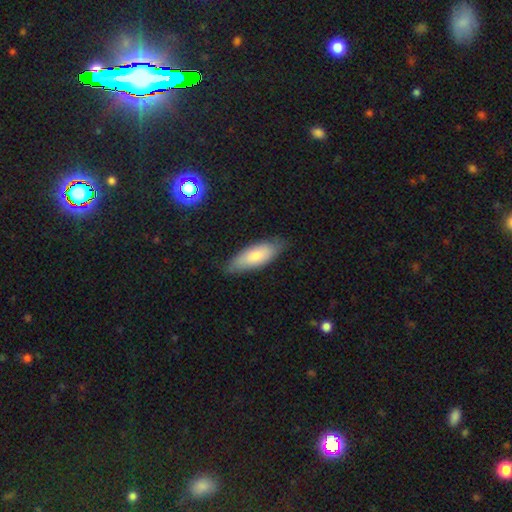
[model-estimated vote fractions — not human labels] Overall: smooth (74%). How rounded: in between (71%). Merging: none (76%).